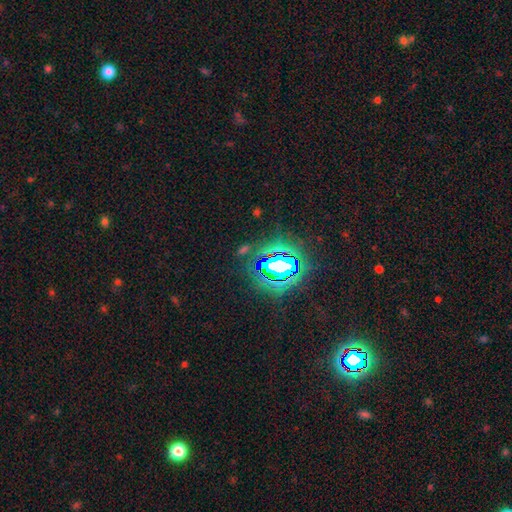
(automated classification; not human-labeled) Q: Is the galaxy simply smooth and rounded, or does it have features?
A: star or artifact — 84%.